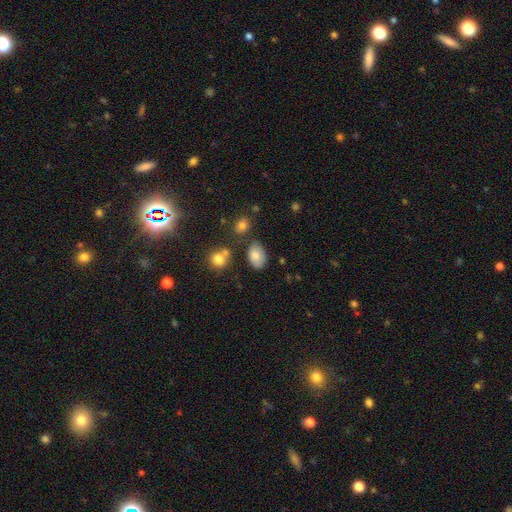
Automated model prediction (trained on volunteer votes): The model was most divided on "merging": none: 71%, minor disturbance: 19%, merger: 6%, major disturbance: 5%. More confident: how rounded — in between (88%); smooth or featured — smooth (80%).